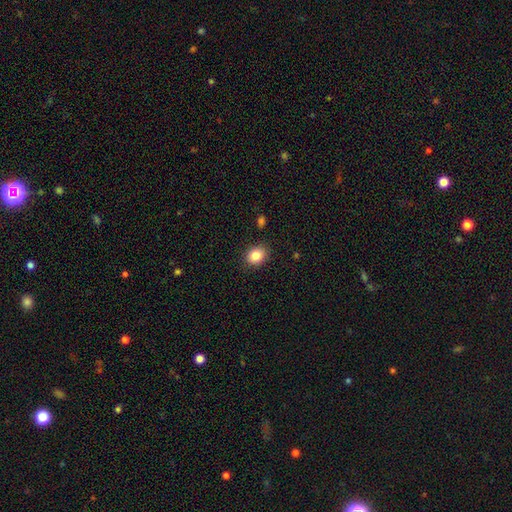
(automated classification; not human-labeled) Smooth or featured? smooth (85%)
How rounded? in between (50%)
Merging? none (87%)